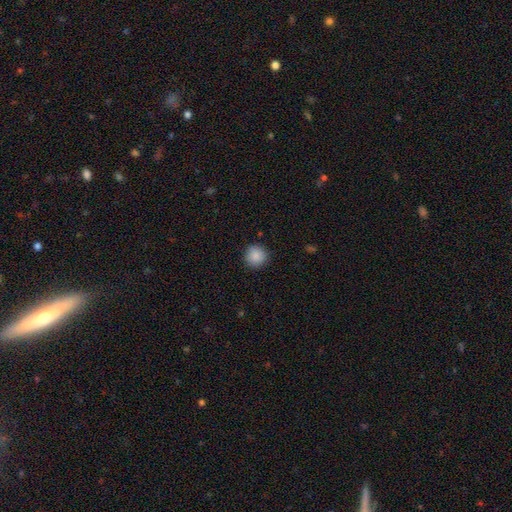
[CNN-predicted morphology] A smooth galaxy with no disk features (89%) that is round (94%). Merging: none (90%).